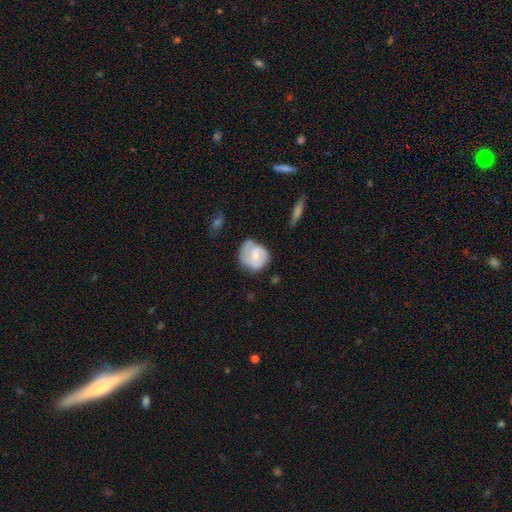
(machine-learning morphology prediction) type=featured or disk (51%); edge-on=no (97%); merging=none (51%).